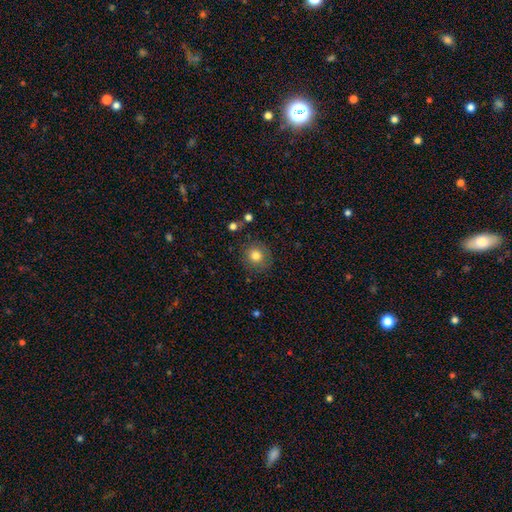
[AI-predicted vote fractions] A smooth galaxy with no disk features (79%) that is round (90%).

Vote fractions:
- Smooth or featured? smooth: 79% / star or artifact: 10% / featured or disk: 10%
- How rounded? round: 90% / in between: 10% / cigar-shaped: 1%
- Merging? none: 86% / minor disturbance: 9% / major disturbance: 3% / merger: 2%